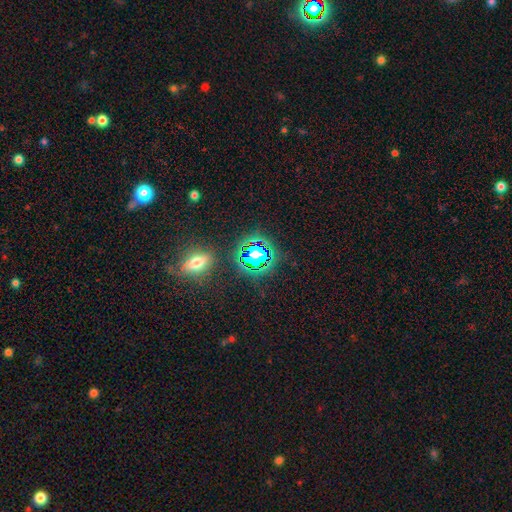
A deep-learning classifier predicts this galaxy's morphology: A star or artifact, not a galaxy (67%).

Vote fractions:
- Smooth or featured? star or artifact: 67% / smooth: 22% / featured or disk: 11%